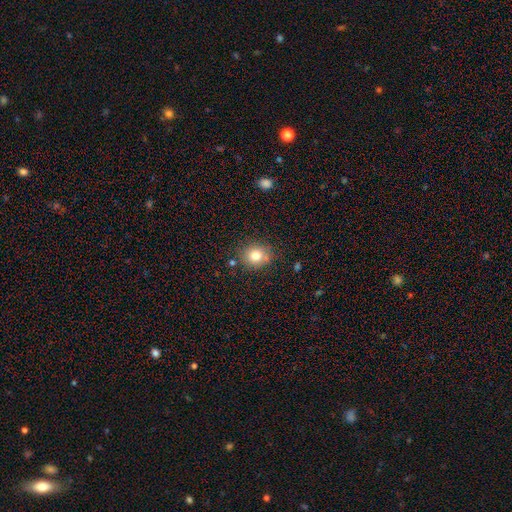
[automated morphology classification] This appears to be a smooth galaxy with no disk features (79%) that is round (72%). Merging: none (77%).